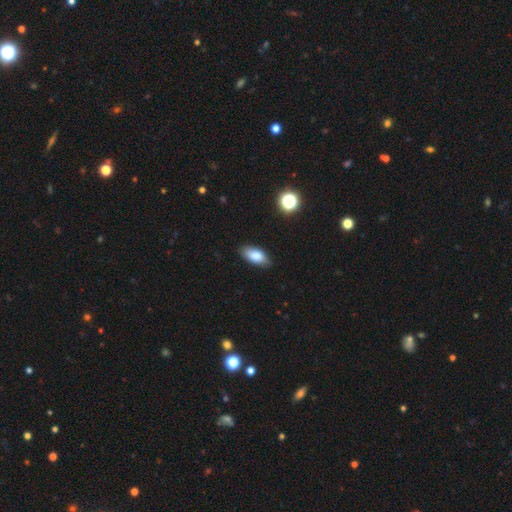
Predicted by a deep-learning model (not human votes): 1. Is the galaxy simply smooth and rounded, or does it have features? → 83% smooth, 10% featured or disk, 8% star or artifact.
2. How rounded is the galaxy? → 89% in between, 8% cigar-shaped, 3% round.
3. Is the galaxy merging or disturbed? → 84% none, 12% minor disturbance, 2% major disturbance, 1% merger.